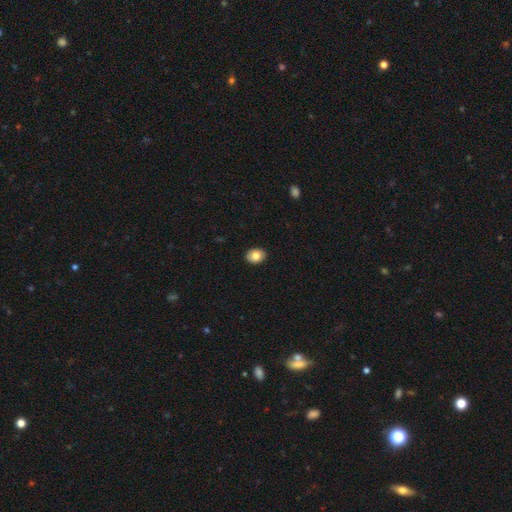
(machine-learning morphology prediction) smooth-or-featured: smooth: 81% | featured or disk: 11% | star or artifact: 8%
  how-rounded: in between: 60% | round: 39% | cigar-shaped: 1%
  merging: none: 91% | minor disturbance: 7% | major disturbance: 2% | merger: 1%